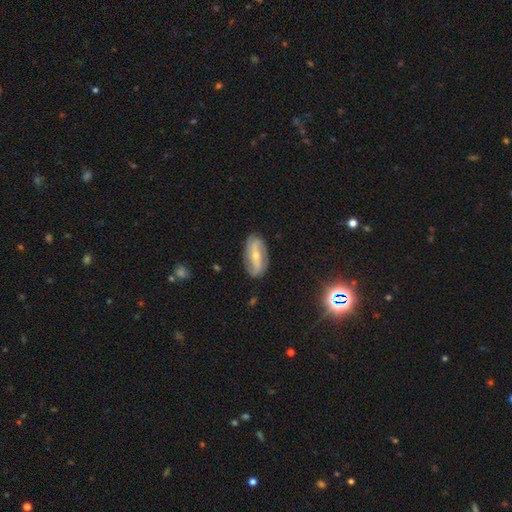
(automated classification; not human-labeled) Morphology: type=featured or disk (73%); edge-on=no (91%); bar=strong (41%); spiral arms=yes (86%); winding=loose (50%); arm count=2 (84%); bulge=small (56%); merging=none (84%).